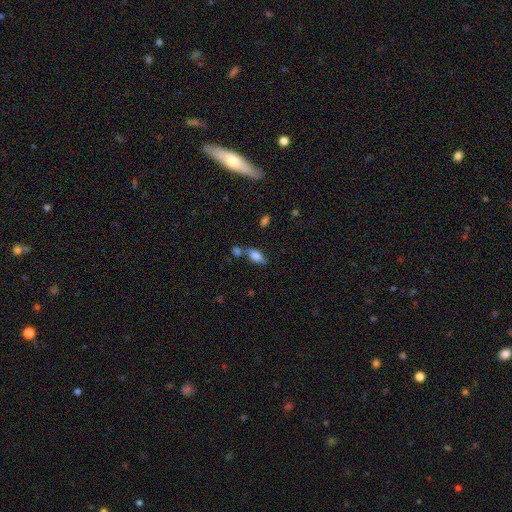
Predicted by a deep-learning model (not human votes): This is likely a smooth galaxy (80%). How rounded: clearly in between (87%). Merging: possibly none (57%).